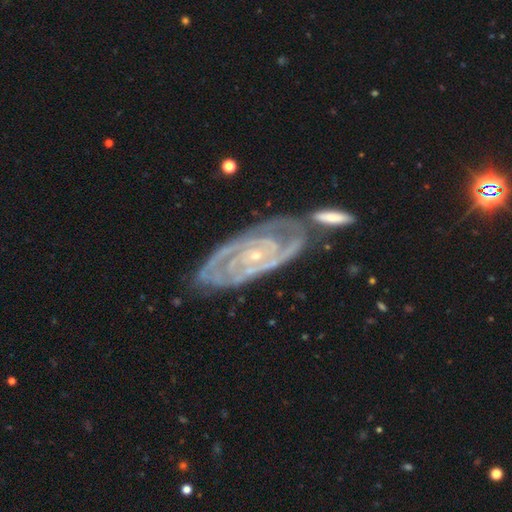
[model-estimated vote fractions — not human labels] Smooth or featured? Predicted: featured or disk (p=0.88). Edge-on disk? Predicted: no (p=0.93). Bar? Predicted: no (p=0.66). Spiral arms? Predicted: yes (p=0.96). Spiral winding? Predicted: tight (p=0.76). Spiral arm count? Predicted: 2 (p=0.43). Bulge size? Predicted: small (p=0.85). Merging? Predicted: none (p=0.59).